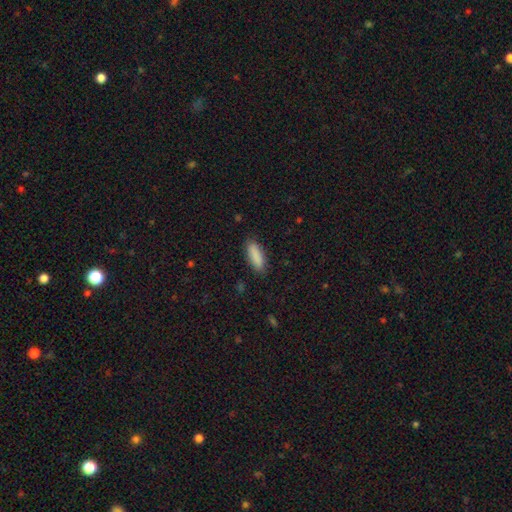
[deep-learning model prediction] smooth-or-featured: smooth: 89% | star or artifact: 6% | featured or disk: 5%
  how-rounded: in between: 64% | cigar-shaped: 34% | round: 2%
  merging: none: 87% | minor disturbance: 10% | major disturbance: 2% | merger: 1%